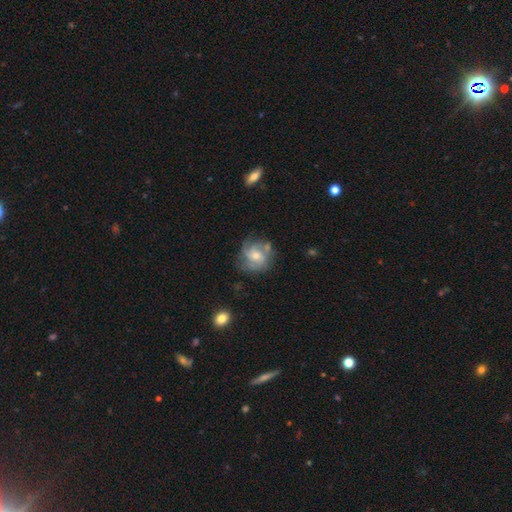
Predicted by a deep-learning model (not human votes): Smooth or featured? featured or disk (73%)
Edge-on disk? no (98%)
Bar? no (68%)
Spiral arms? yes (89%)
Spiral winding? medium (44%)
Spiral arm count? 3 (37%)
Bulge size? moderate (49%)
Merging? none (61%)